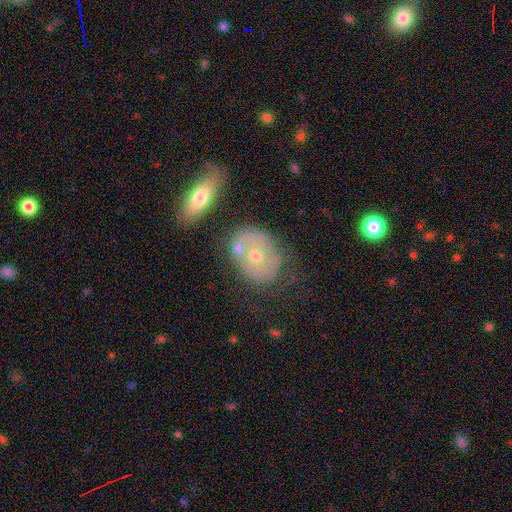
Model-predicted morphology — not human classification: Q: Smooth or featured?
A: featured or disk (53%); runner-up: smooth (39%)
Q: Edge-on disk?
A: no (93%); runner-up: yes (7%)
Q: Merging?
A: none (50%); runner-up: minor disturbance (20%)